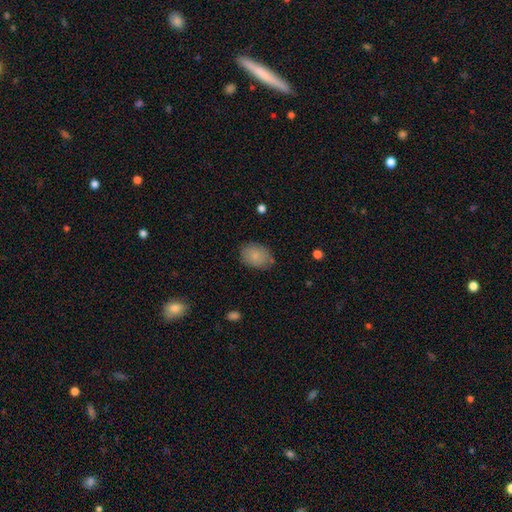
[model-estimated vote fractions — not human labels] Morphology: type=smooth (82%); roundness=in between (73%); merging=none (80%).